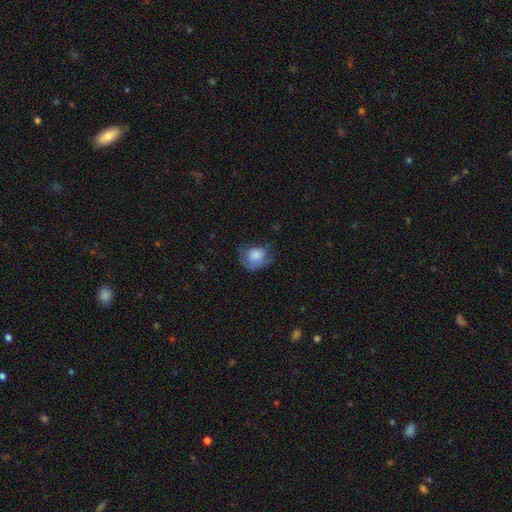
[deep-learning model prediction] Smooth or featured? Predicted: smooth (p=0.68). How rounded? Predicted: round (p=0.64). Merging? Predicted: none (p=0.40).